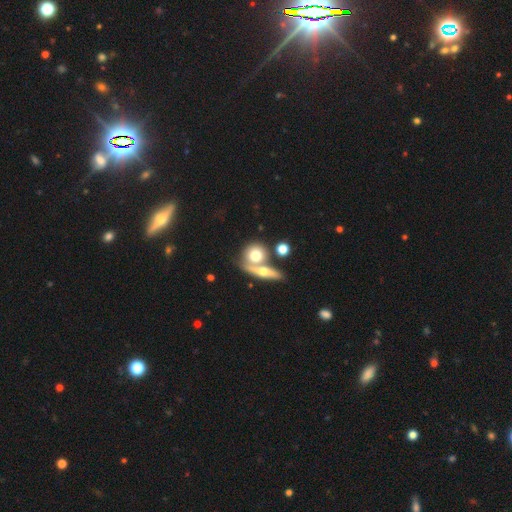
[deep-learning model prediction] Smooth or featured: smooth — 62% (featured or disk — 30%)
How rounded: round — 70% (in between — 24%)
Merging: none — 44% (merger — 43%)